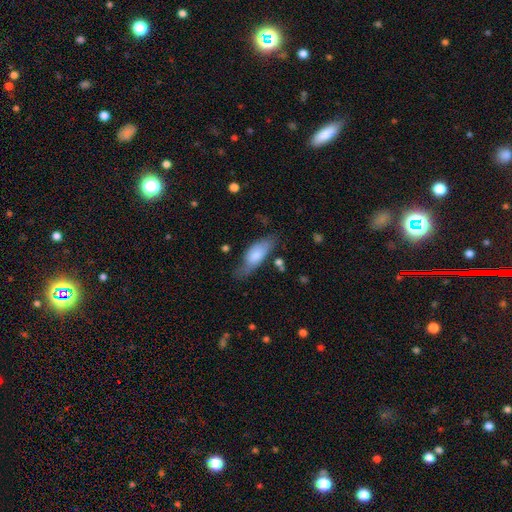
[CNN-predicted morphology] Q: Smooth or featured?
A: smooth (71%); runner-up: featured or disk (23%)
Q: How rounded?
A: in between (74%); runner-up: cigar-shaped (24%)
Q: Merging?
A: none (56%); runner-up: minor disturbance (30%)